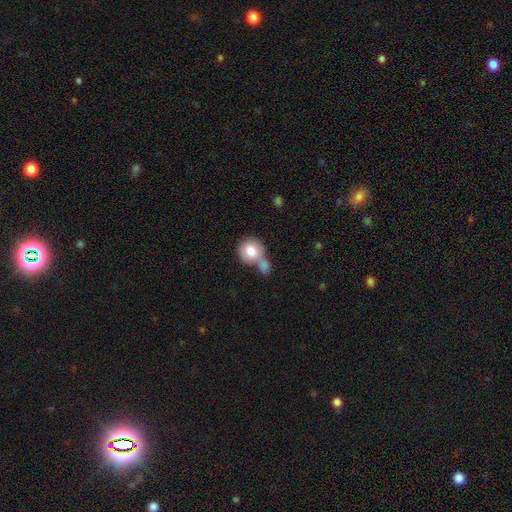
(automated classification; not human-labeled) Q: Smooth or featured?
A: smooth (79%); runner-up: featured or disk (12%)
Q: How rounded?
A: round (86%); runner-up: in between (13%)
Q: Merging?
A: none (44%); runner-up: merger (41%)